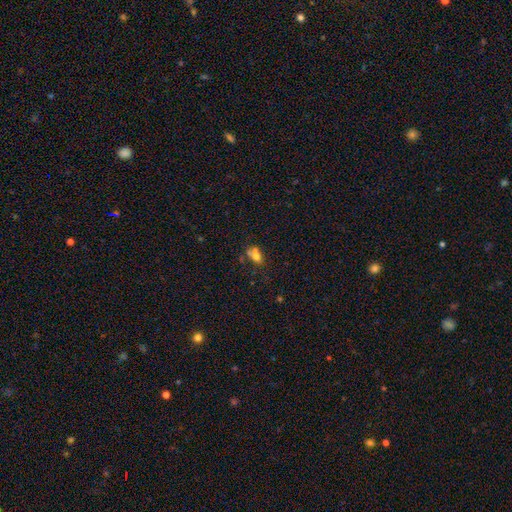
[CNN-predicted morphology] type=smooth (66%); roundness=in between (67%); merging=none (40%).